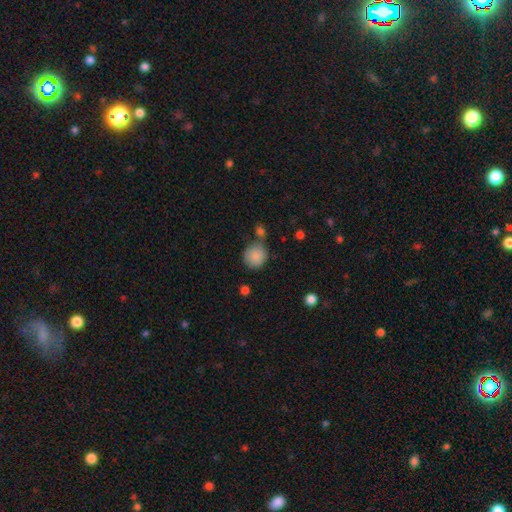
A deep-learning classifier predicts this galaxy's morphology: Smooth or featured? Predicted: smooth (p=0.86). How rounded? Predicted: round (p=0.88). Merging? Predicted: none (p=0.64).